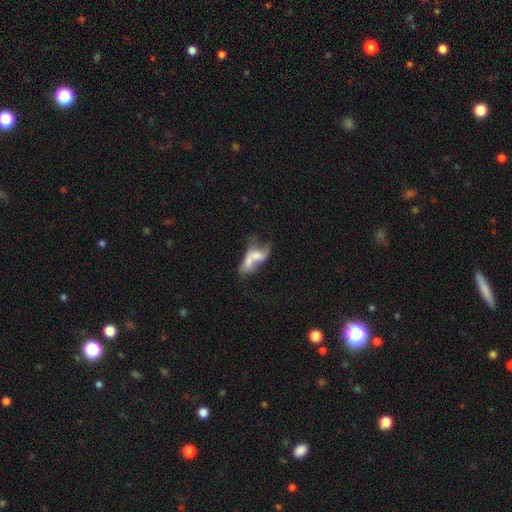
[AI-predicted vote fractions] Smooth or featured: featured or disk — 46% (smooth — 44%)
Merging: merger — 64% (major disturbance — 16%)